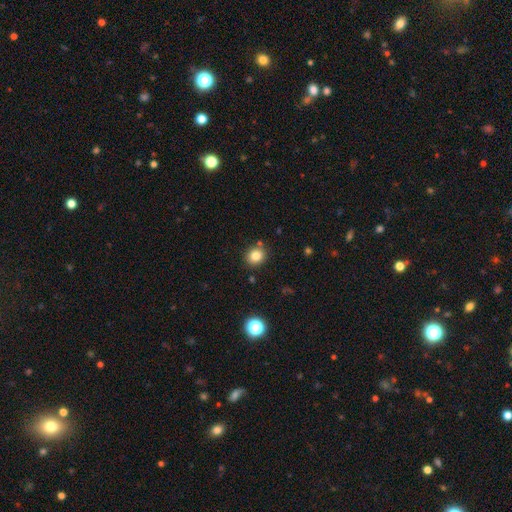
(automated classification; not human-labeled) Smooth or featured: smooth — 82% (star or artifact — 12%)
How rounded: round — 77% (in between — 22%)
Merging: none — 83% (minor disturbance — 9%)